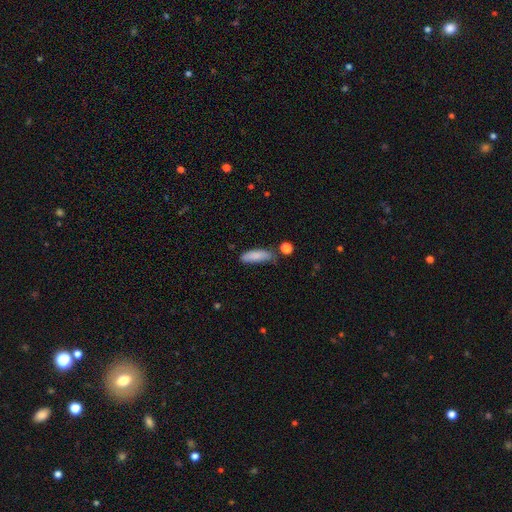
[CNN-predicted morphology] Smooth or featured? Predicted: smooth (p=0.83). How rounded? Predicted: in between (p=0.50). Merging? Predicted: none (p=0.60).